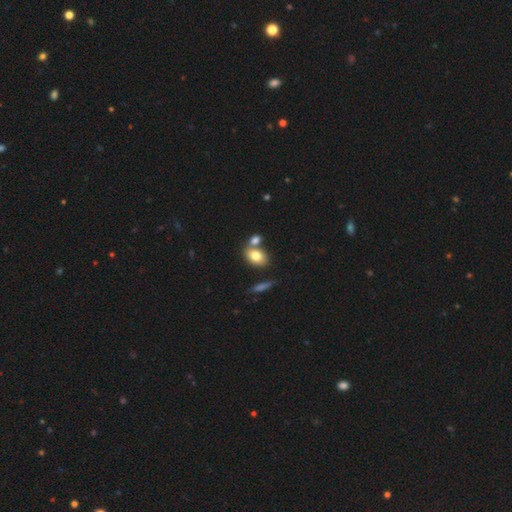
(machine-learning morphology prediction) Smooth or featured?
  - smooth: 78% *
  - featured or disk: 14%
  - star or artifact: 9%
How rounded?
  - in between: 78% *
  - round: 20%
  - cigar-shaped: 2%
Merging?
  - none: 54% *
  - merger: 33%
  - minor disturbance: 10%
  - major disturbance: 3%